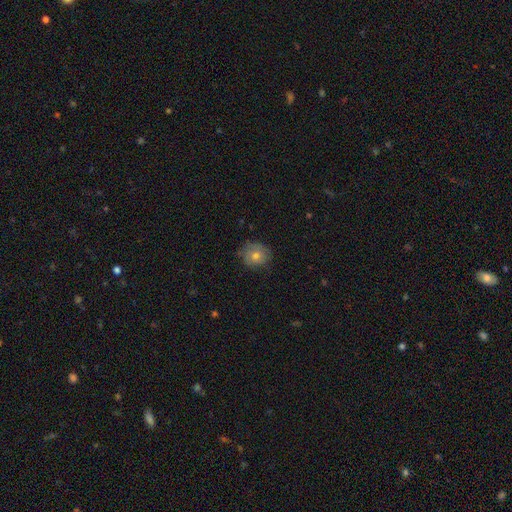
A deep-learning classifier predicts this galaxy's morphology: This is likely a smooth galaxy (60%). How rounded: clearly round (81%). Merging: likely none (76%).